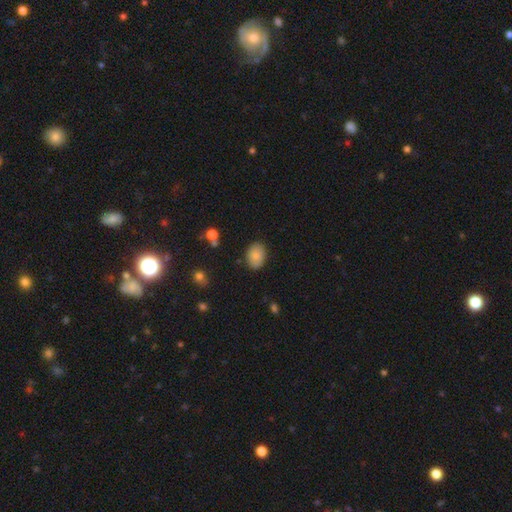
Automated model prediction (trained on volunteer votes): Q: Smooth or featured?
A: smooth (85%); runner-up: featured or disk (8%)
Q: How rounded?
A: in between (80%); runner-up: round (19%)
Q: Merging?
A: none (85%); runner-up: minor disturbance (11%)